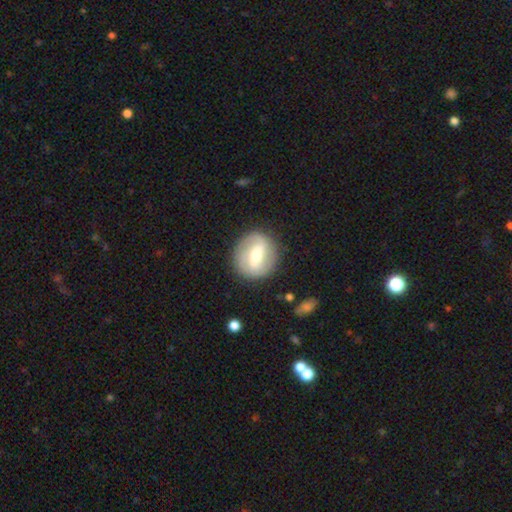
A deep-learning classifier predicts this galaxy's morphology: featured or disk 65%, smooth 28%, star or artifact 6%. Down the decision tree: edge-on disk — no (95%); bar — strong (45%); spiral arms — yes (74%); bulge size — moderate (56%); merging — none (83%).